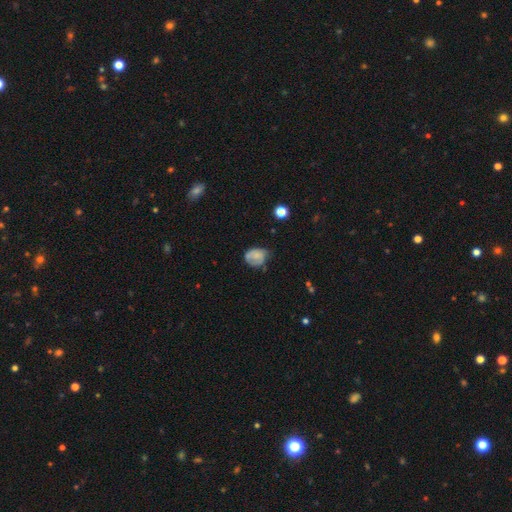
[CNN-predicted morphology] smooth 65%, featured or disk 25%, star or artifact 10%. Down the decision tree: how rounded — in between (52%); merging — none (42%).